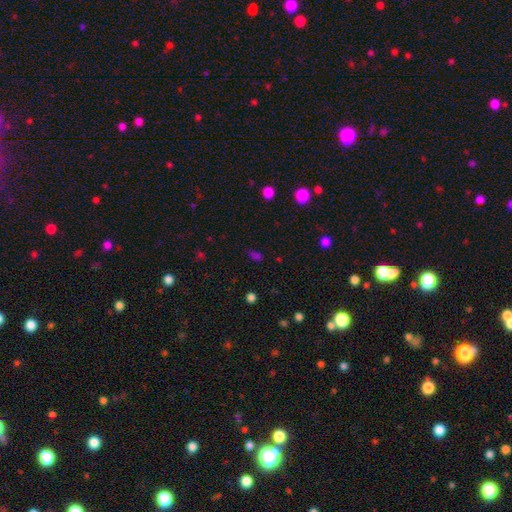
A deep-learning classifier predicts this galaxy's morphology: smooth_or_featured: smooth (p=0.64) [alt: star or artifact p=0.30]
how_rounded: in between (p=0.77) [alt: round p=0.18]
merging: none (p=0.73) [alt: minor disturbance p=0.16]